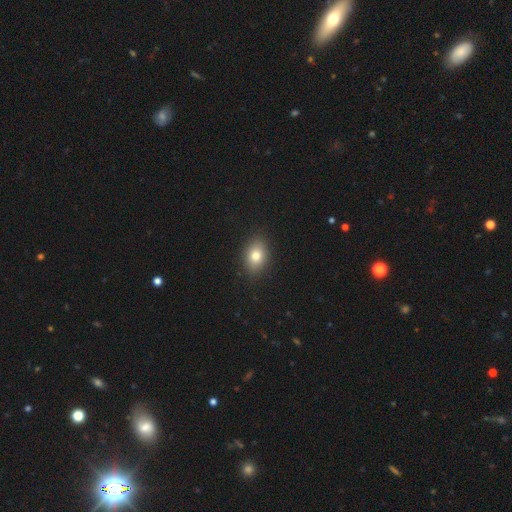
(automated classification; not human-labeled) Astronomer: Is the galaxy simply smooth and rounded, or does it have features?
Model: smooth — 79%.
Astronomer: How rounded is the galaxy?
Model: in between — 74%.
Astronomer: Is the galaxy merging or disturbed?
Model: none — 88%.